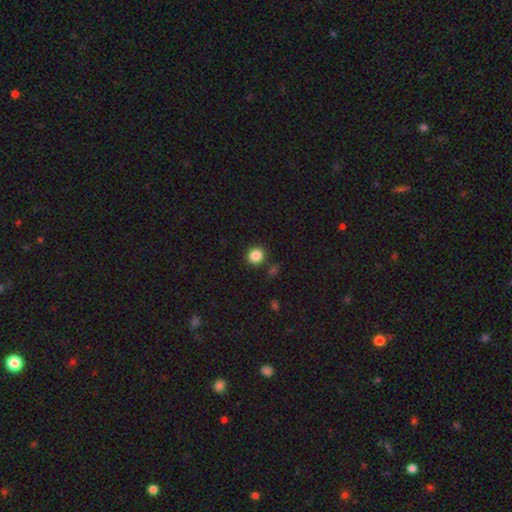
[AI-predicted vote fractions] smooth-or-featured: smooth: 86% | star or artifact: 11% | featured or disk: 3%
  how-rounded: round: 90% | in between: 9% | cigar-shaped: 1%
  merging: none: 86% | minor disturbance: 7% | merger: 4% | major disturbance: 3%